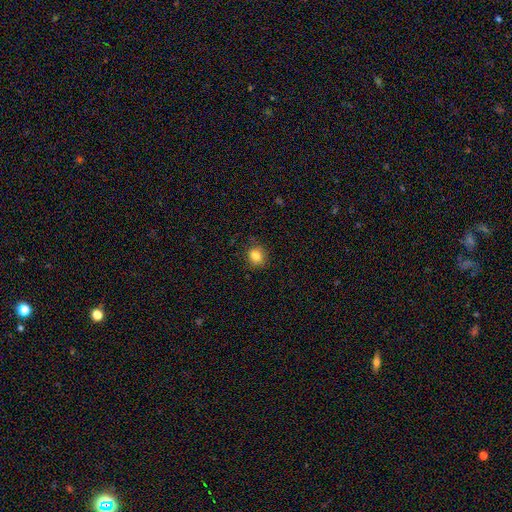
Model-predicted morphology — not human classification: This is clearly a smooth galaxy (83%). How rounded: likely round (77%). Merging: clearly none (86%).